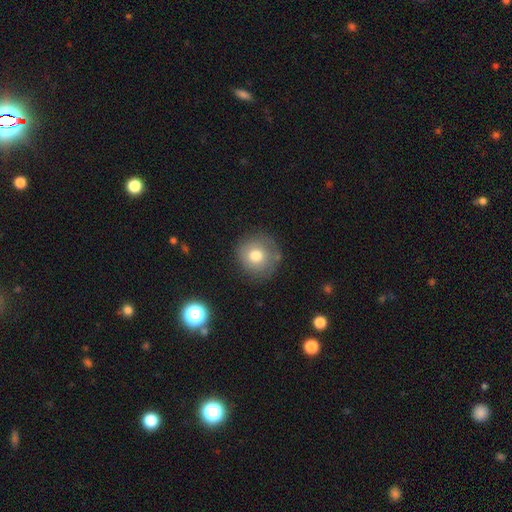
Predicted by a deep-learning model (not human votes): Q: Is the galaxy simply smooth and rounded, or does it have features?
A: smooth — 72%.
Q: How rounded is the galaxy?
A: round — 91%.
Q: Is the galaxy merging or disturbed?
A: none — 76%.